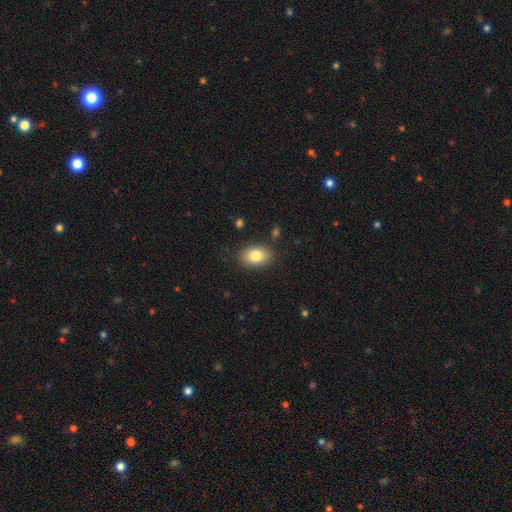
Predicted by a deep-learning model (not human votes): This appears to be a smooth galaxy with no disk features (83%) that is in between round and cigar-shaped (80%). Merging: none (86%).